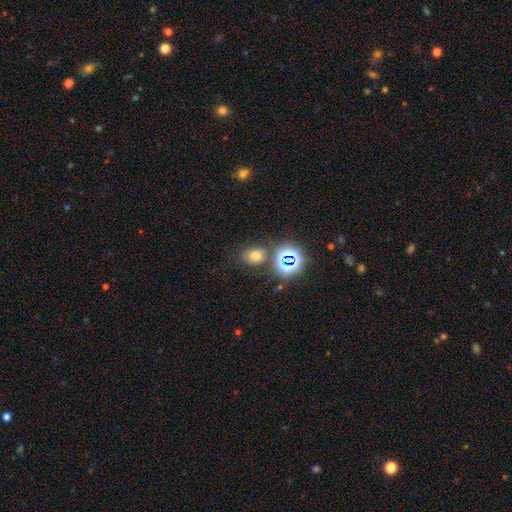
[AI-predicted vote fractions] Morphology: type=smooth (66%); roundness=round (51%); merging=none (74%).